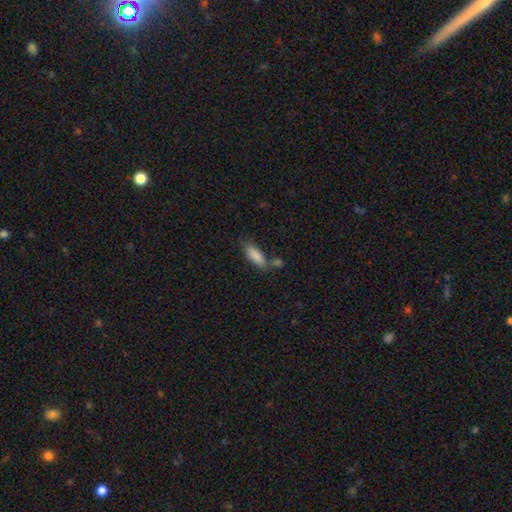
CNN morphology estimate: This is clearly a smooth galaxy (84%). How rounded: likely in between (64%). Merging: possibly none (54%).